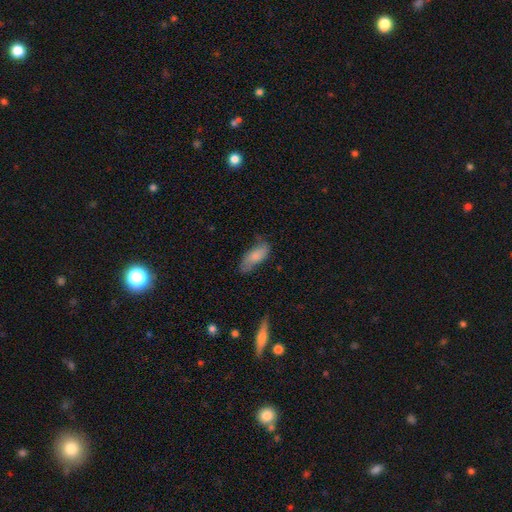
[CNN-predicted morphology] Overall: smooth (77%). How rounded: in between (79%). Merging: none (59%; minor disturbance 30%).